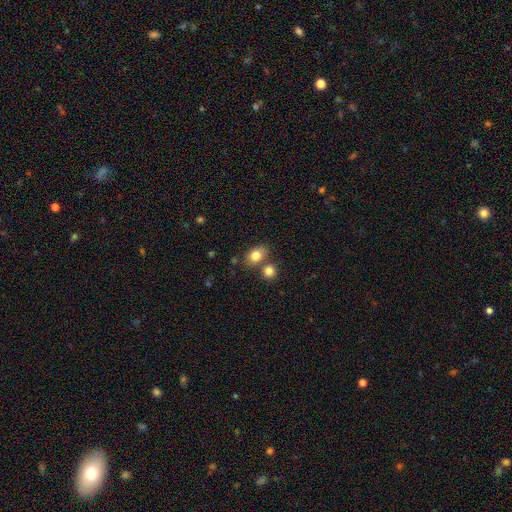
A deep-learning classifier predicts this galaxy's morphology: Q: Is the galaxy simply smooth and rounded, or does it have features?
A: smooth — 80%.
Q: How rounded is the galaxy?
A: in between — 62%.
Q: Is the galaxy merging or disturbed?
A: none — 61%.